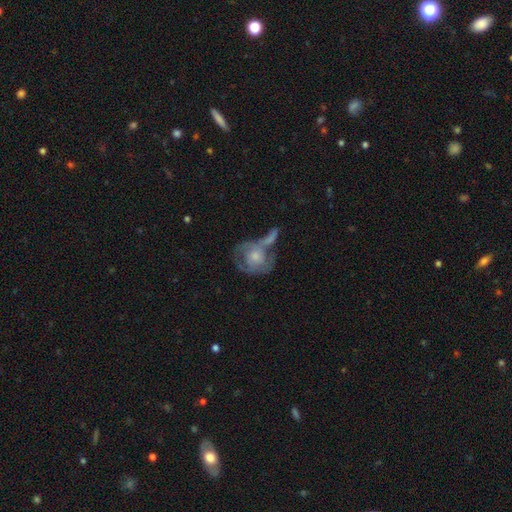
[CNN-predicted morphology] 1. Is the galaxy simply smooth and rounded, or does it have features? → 60% featured or disk, 33% smooth, 7% star or artifact.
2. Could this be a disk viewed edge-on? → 96% no, 4% yes.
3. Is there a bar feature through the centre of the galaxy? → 81% no, 16% weak, 3% strong.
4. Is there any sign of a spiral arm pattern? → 64% yes, 36% no.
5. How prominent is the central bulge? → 48% moderate, 33% small, 10% large, 7% none, 2% dominant.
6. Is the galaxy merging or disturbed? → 37% merger, 29% none, 19% major disturbance, 16% minor disturbance.